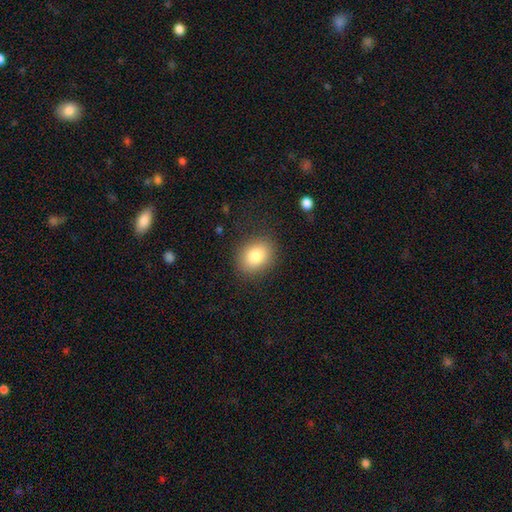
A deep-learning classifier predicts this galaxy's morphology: This is clearly a smooth galaxy (83%). How rounded: possibly in between (56%). Merging: clearly none (85%).